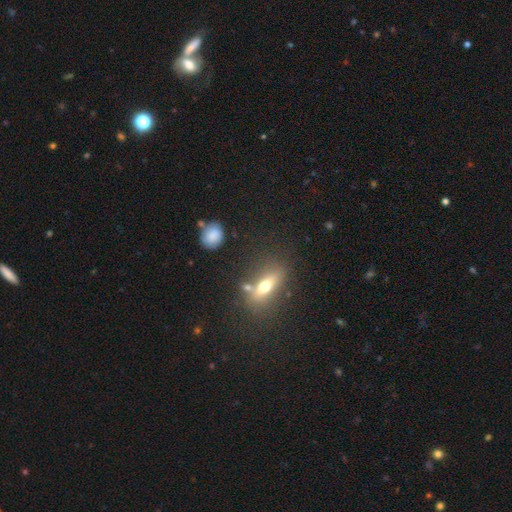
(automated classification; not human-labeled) Smooth or featured?
  - smooth: 48% *
  - star or artifact: 31%
  - featured or disk: 21%
Merging?
  - none: 66% *
  - merger: 14%
  - minor disturbance: 12%
  - major disturbance: 7%